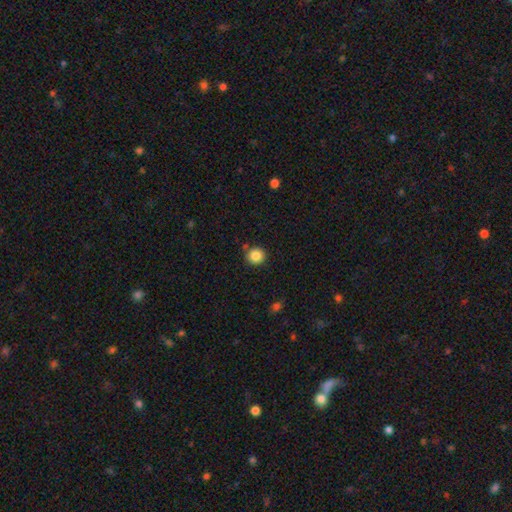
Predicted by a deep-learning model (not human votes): Morphology: type=smooth (85%); roundness=round (91%); merging=none (85%).